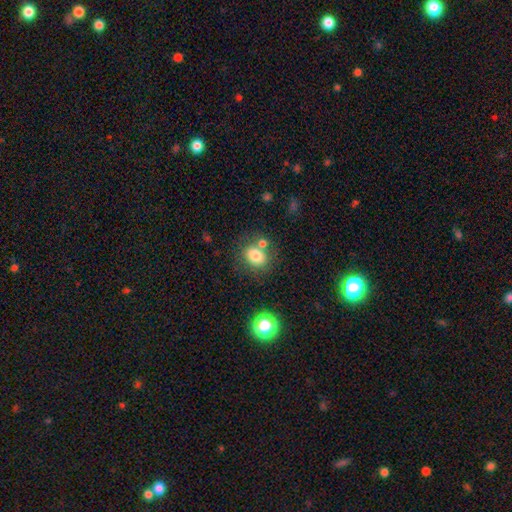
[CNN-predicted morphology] Overall: smooth (78%). How rounded: round (62%; in between 37%). Merging: none (63%).